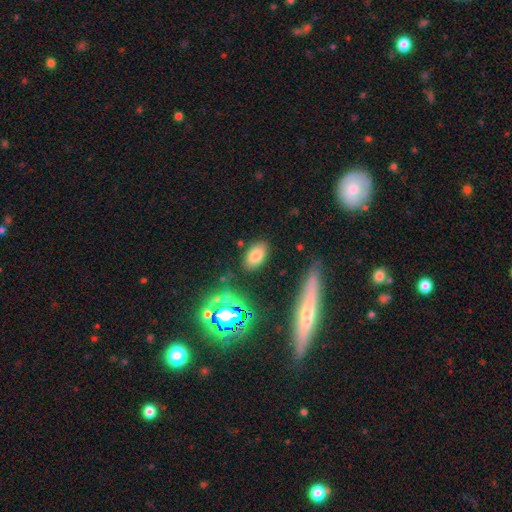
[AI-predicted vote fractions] Smooth or featured? Predicted: smooth (p=0.76). How rounded? Predicted: in between (p=0.91). Merging? Predicted: none (p=0.84).